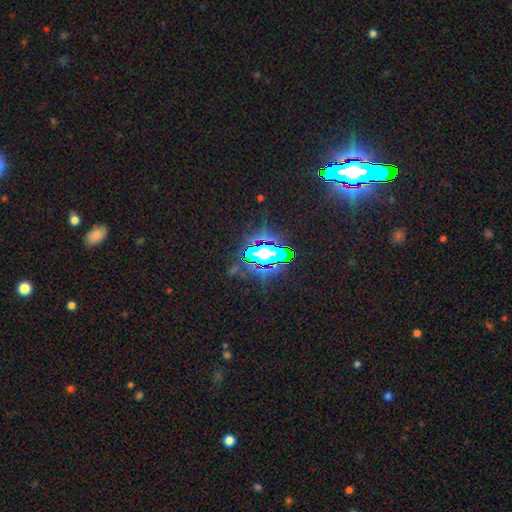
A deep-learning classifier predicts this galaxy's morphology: A star or artifact, not a galaxy (84%).